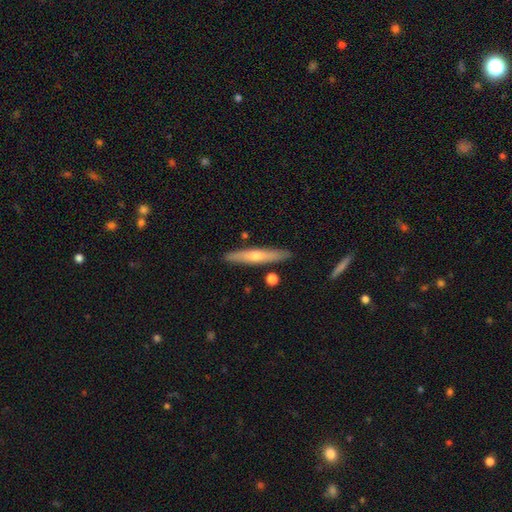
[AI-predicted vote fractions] A featured or disk galaxy (49%). Merging: none (87%).